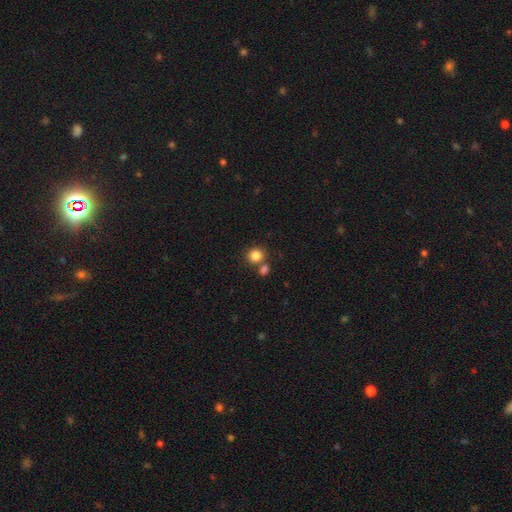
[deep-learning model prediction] smooth_or_featured: smooth (p=0.84) [alt: star or artifact p=0.11]
how_rounded: round (p=0.86) [alt: in between p=0.13]
merging: none (p=0.67) [alt: merger p=0.22]